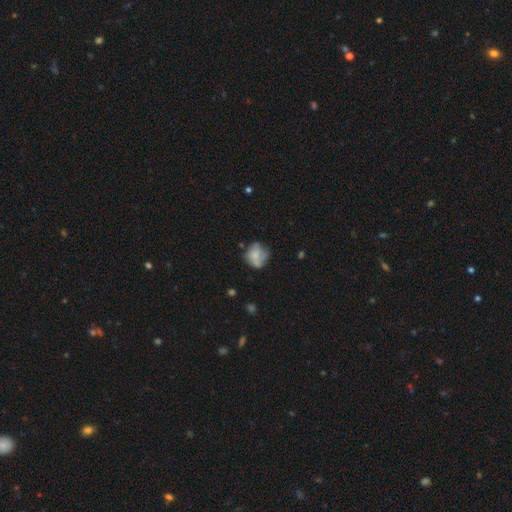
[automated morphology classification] Overall: smooth (63%; featured or disk 28%). How rounded: round (72%). Merging: none (50%; minor disturbance 30%).